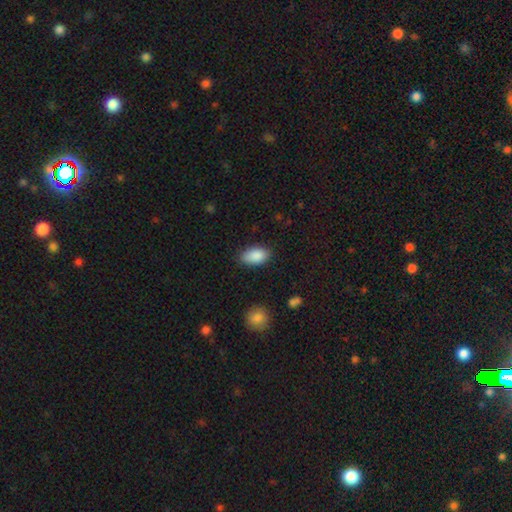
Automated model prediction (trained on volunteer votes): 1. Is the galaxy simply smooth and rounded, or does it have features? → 89% smooth, 7% star or artifact, 4% featured or disk.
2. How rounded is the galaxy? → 93% in between, 5% round, 2% cigar-shaped.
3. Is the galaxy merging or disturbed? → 83% none, 13% minor disturbance, 3% major disturbance, 1% merger.